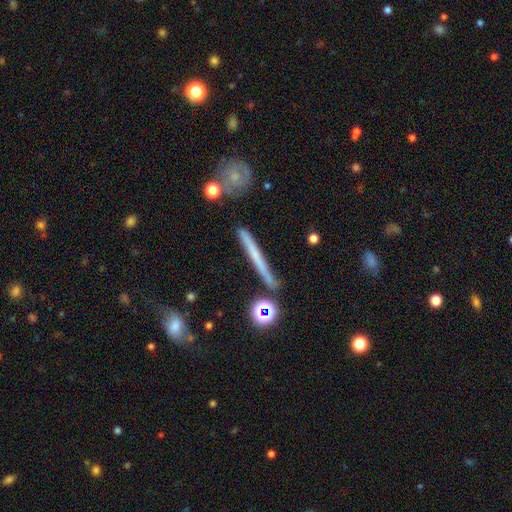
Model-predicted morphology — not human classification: The model was most divided on "smooth or featured": featured or disk: 48%, smooth: 41%, star or artifact: 10%. More confident: merging — none (83%).